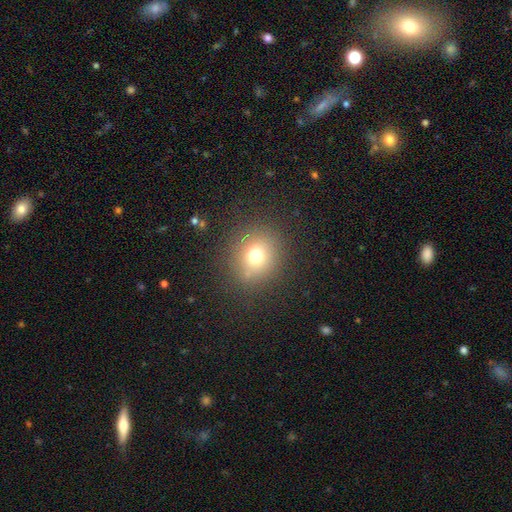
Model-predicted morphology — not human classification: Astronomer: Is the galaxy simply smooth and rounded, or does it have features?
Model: smooth — 71%.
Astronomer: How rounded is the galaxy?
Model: round — 82%.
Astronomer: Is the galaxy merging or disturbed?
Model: none — 83%.